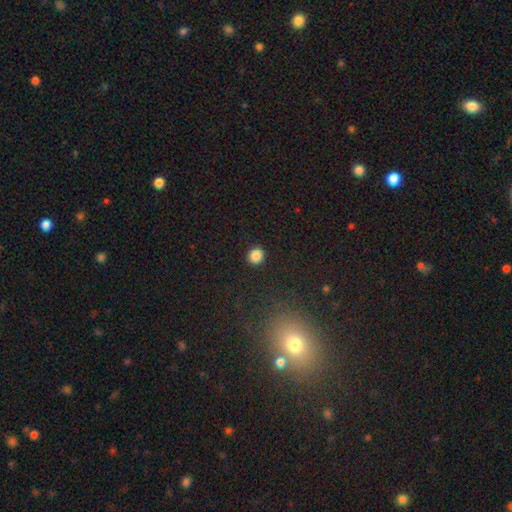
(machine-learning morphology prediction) smooth-or-featured: smooth: 86% | star or artifact: 11% | featured or disk: 3%
  how-rounded: round: 90% | in between: 9% | cigar-shaped: 1%
  merging: none: 92% | minor disturbance: 5% | major disturbance: 2% | merger: 1%